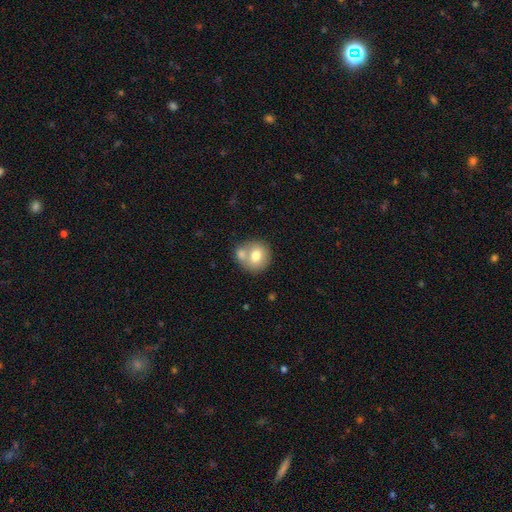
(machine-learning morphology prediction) Smooth or featured?
  - smooth: 71% *
  - featured or disk: 21%
  - star or artifact: 8%
How rounded?
  - round: 80% *
  - in between: 19%
  - cigar-shaped: 1%
Merging?
  - none: 47% *
  - merger: 40%
  - minor disturbance: 10%
  - major disturbance: 3%